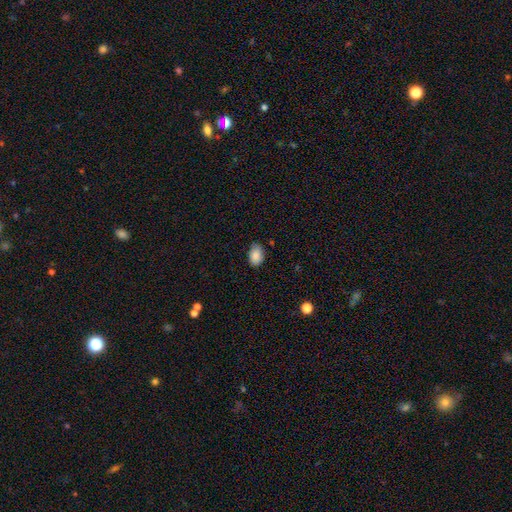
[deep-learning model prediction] Smooth or featured: smooth — 87% (star or artifact — 8%)
How rounded: in between — 86% (round — 13%)
Merging: none — 77% (minor disturbance — 19%)